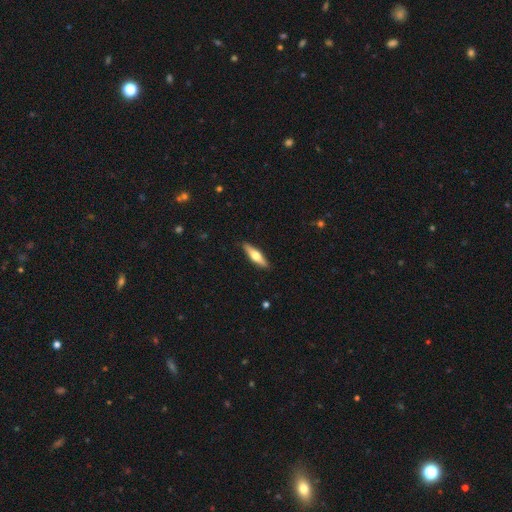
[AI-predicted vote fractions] A smooth galaxy with no disk features (48%).

Vote fractions:
- Smooth or featured? smooth: 48% / featured or disk: 46% / star or artifact: 5%
- Merging? none: 89% / minor disturbance: 8% / major disturbance: 2% / merger: 1%